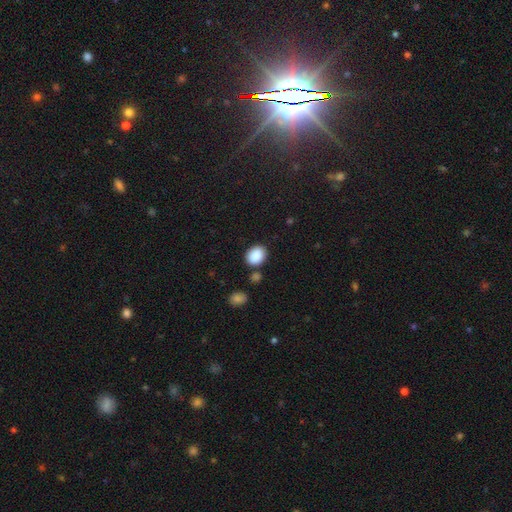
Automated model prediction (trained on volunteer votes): Morphology: type=smooth (89%); roundness=in between (61%); merging=none (79%).